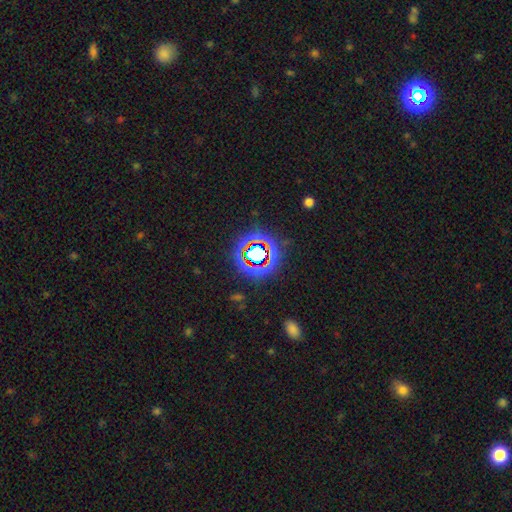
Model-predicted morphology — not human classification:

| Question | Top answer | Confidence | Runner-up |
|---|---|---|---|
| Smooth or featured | star or artifact | 75% | smooth (15%) |